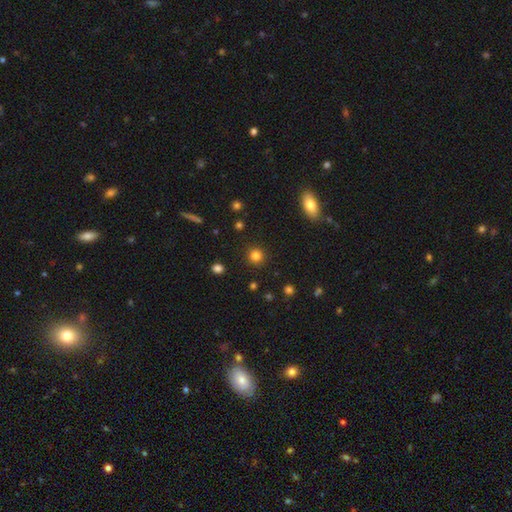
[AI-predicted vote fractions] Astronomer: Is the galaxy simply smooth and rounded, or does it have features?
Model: smooth — 82%.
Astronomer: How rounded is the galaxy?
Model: round — 93%.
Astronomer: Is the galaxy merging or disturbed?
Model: none — 91%.